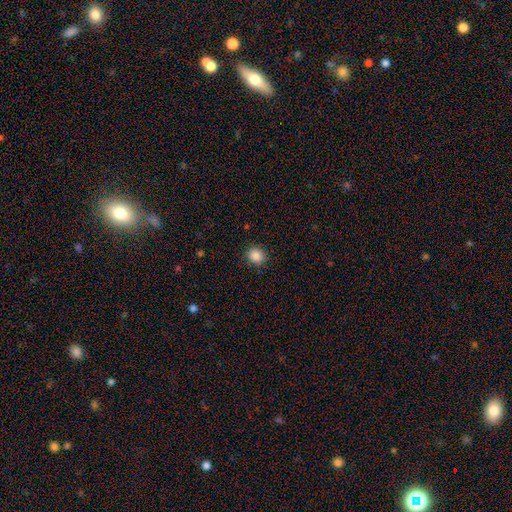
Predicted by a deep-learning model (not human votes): Smooth or featured? smooth (86%)
How rounded? round (83%)
Merging? none (90%)